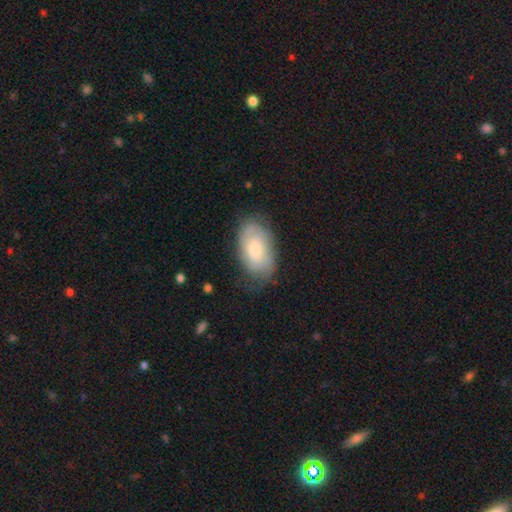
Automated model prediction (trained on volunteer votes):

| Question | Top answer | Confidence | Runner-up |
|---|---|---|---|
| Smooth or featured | smooth | 47% | featured or disk (46%) |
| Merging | none | 67% | minor disturbance (23%) |